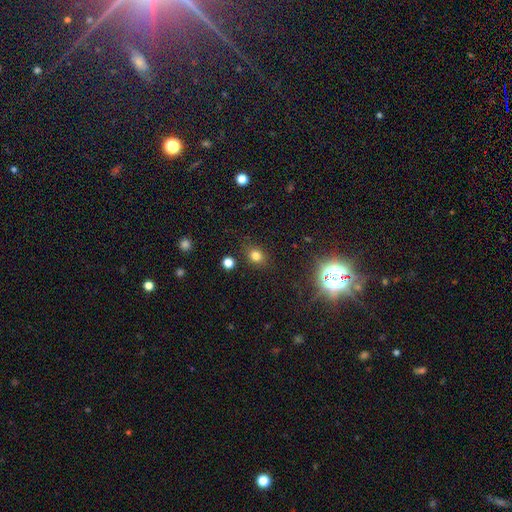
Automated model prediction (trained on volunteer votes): smooth 75%, star or artifact 18%, featured or disk 6%. Down the decision tree: how rounded — round (64%); merging — none (83%).